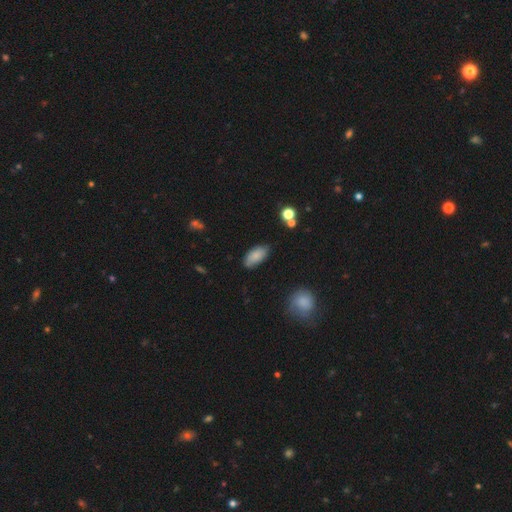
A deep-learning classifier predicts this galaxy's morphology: smooth-or-featured: smooth: 81% | featured or disk: 11% | star or artifact: 8%
  how-rounded: in between: 92% | cigar-shaped: 5% | round: 3%
  merging: none: 74% | minor disturbance: 20% | major disturbance: 4% | merger: 2%